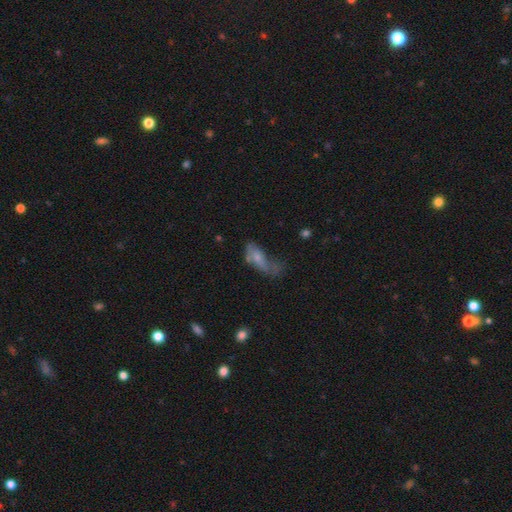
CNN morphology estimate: smooth 50%, featured or disk 36%, star or artifact 13%. Down the decision tree: how rounded — in between (69%); merging — major disturbance (43%).